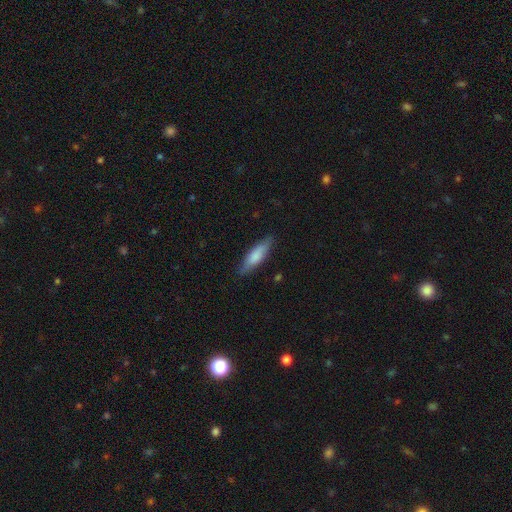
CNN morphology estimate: A smooth galaxy with no disk features (75%) that is cigar-shaped (62%).

Vote fractions:
- Smooth or featured? smooth: 75% / featured or disk: 19% / star or artifact: 6%
- How rounded? cigar-shaped: 62% / in between: 37% / round: 2%
- Merging? none: 83% / minor disturbance: 13% / major disturbance: 2% / merger: 1%